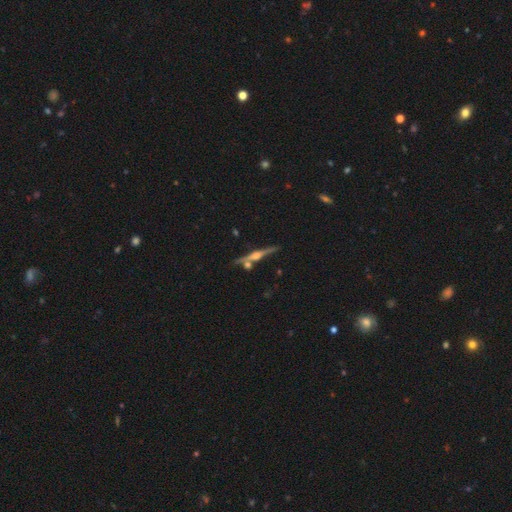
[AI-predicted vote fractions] Q: Smooth or featured?
A: featured or disk (79%); runner-up: smooth (14%)
Q: Edge-on disk?
A: yes (97%); runner-up: no (3%)
Q: Edge-on bulge?
A: rounded (87%); runner-up: boxy (8%)
Q: Merging?
A: none (76%); runner-up: merger (12%)